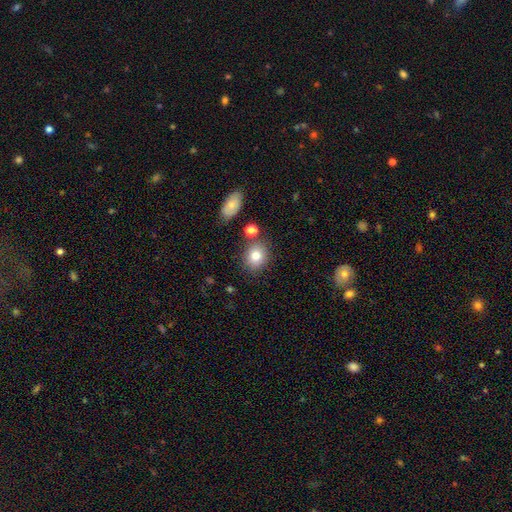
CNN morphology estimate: Q: Smooth or featured?
A: smooth (80%); runner-up: featured or disk (10%)
Q: How rounded?
A: round (57%); runner-up: in between (42%)
Q: Merging?
A: none (76%); runner-up: minor disturbance (12%)